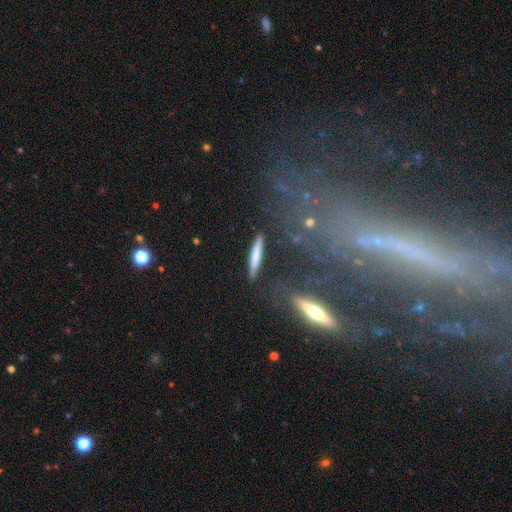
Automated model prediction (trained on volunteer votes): smooth 70%, featured or disk 24%, star or artifact 6%. Down the decision tree: how rounded — cigar-shaped (93%); merging — none (85%).